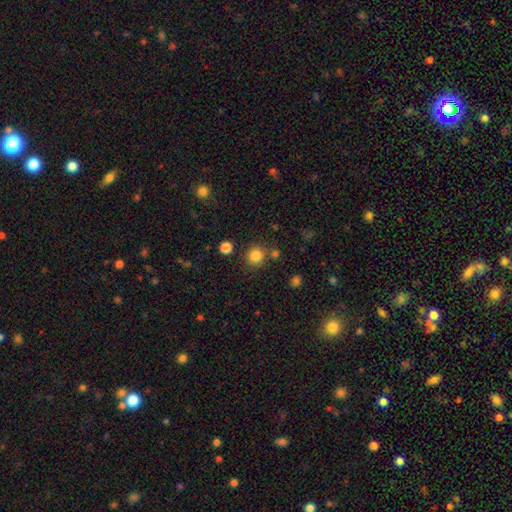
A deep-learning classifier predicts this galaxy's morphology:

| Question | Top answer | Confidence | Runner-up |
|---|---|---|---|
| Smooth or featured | smooth | 84% | star or artifact (12%) |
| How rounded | round | 93% | in between (6%) |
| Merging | none | 83% | minor disturbance (8%) |